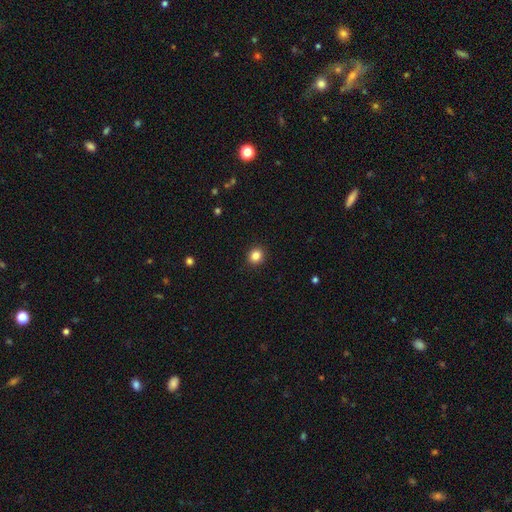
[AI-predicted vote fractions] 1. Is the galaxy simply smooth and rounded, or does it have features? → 85% smooth, 11% star or artifact, 4% featured or disk.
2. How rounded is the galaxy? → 86% round, 13% in between, 1% cigar-shaped.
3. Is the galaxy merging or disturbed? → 93% none, 5% minor disturbance, 2% major disturbance, 1% merger.